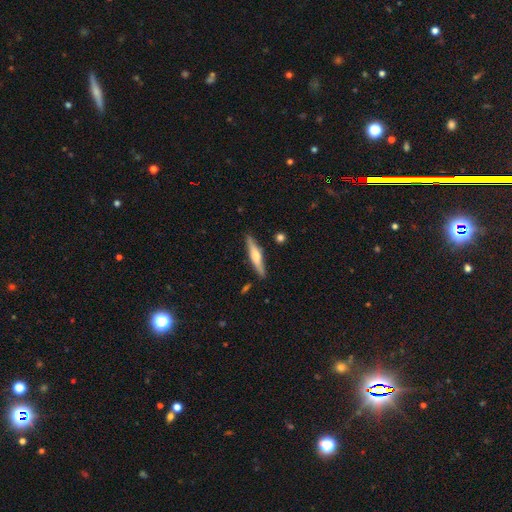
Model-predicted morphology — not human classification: This is possibly a featured or disk galaxy (53%). It is clearly viewed edge-on (95%). Edge-on bulge: clearly rounded (86%). Merging: clearly none (87%).